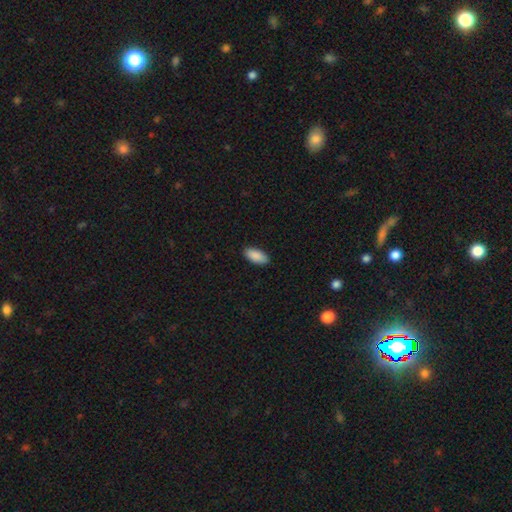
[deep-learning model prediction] Morphology: type=smooth (90%); roundness=in between (90%); merging=none (89%).